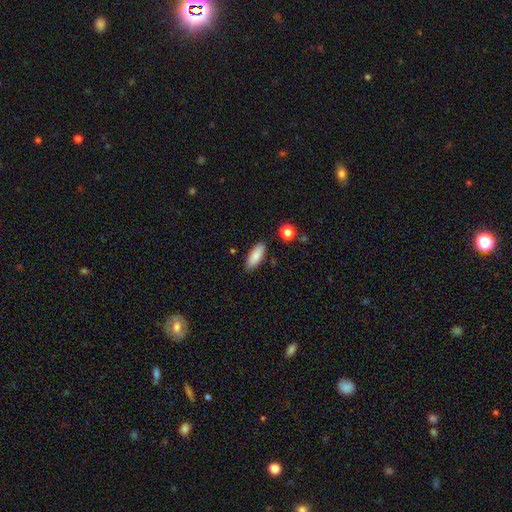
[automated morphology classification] Smooth or featured? smooth (86%)
How rounded? in between (78%)
Merging? none (85%)